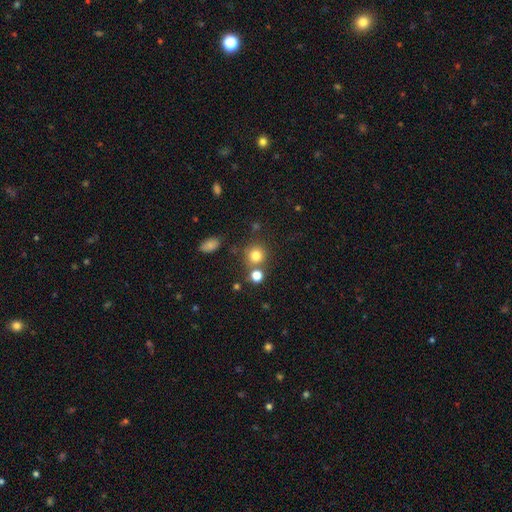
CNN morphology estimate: Smooth or featured: smooth — 79% (star or artifact — 14%)
How rounded: round — 89% (in between — 10%)
Merging: none — 71% (merger — 16%)